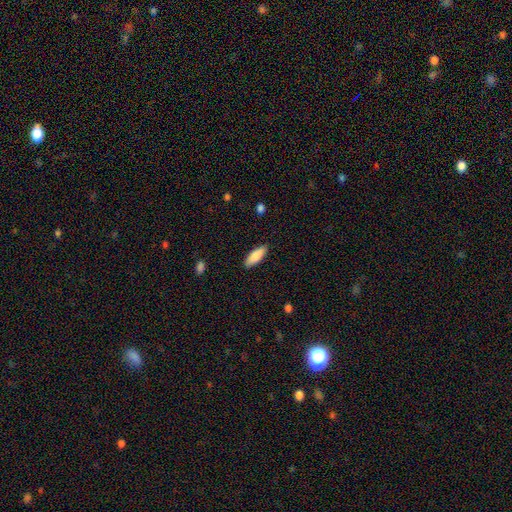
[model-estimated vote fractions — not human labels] The model was most divided on "how rounded": in between: 65%, cigar-shaped: 33%, round: 2%. More confident: merging — none (87%); smooth or featured — smooth (83%).